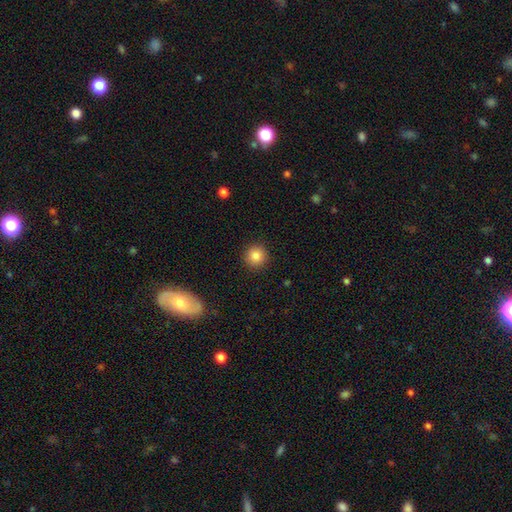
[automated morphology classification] Smooth or featured?
  - smooth: 85% *
  - star or artifact: 10%
  - featured or disk: 5%
How rounded?
  - round: 94% *
  - in between: 5%
  - cigar-shaped: 1%
Merging?
  - none: 92% *
  - minor disturbance: 5%
  - major disturbance: 2%
  - merger: 1%